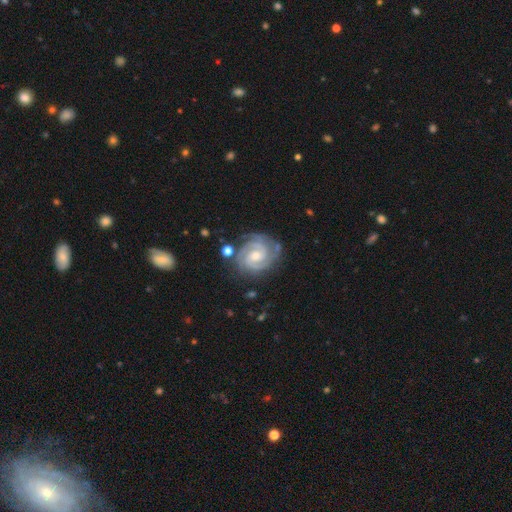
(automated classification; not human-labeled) Morphology: type=featured or disk (91%); edge-on=no (98%); bar=no (55%); spiral arms=yes (99%); winding=tight (75%); arm count=2 (53%); bulge=moderate (55%); merging=none (76%).